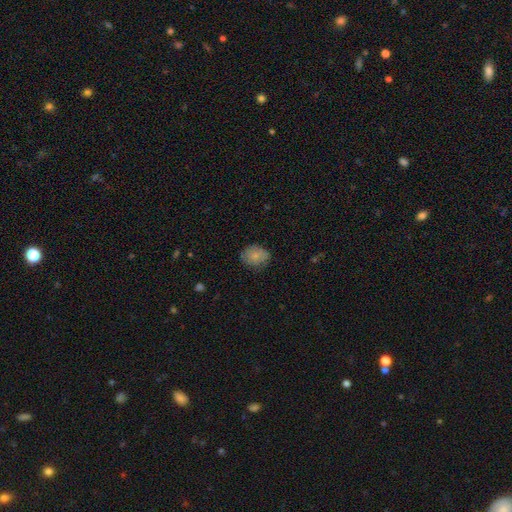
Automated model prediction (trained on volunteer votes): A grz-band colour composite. It shows a smooth galaxy with no disk features (69%) that is round (59%). Merging: none (70%).